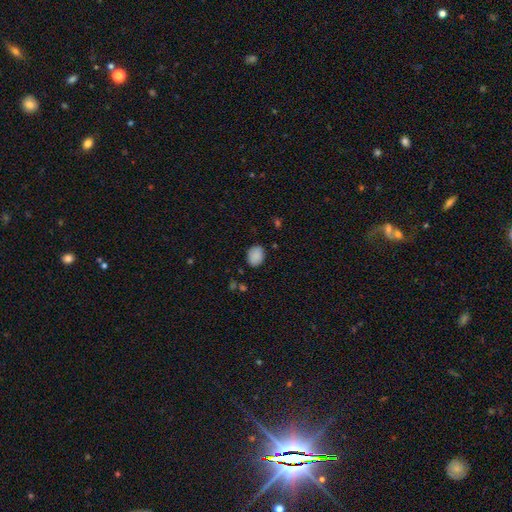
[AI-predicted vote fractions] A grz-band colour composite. It shows a smooth galaxy with no disk features (88%) that is in between round and cigar-shaped (59%). Merging: none (82%).